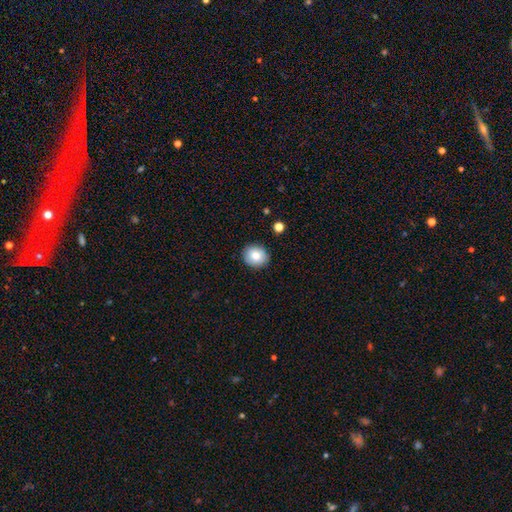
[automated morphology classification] smooth-or-featured: smooth: 82% | featured or disk: 9% | star or artifact: 9%
  how-rounded: round: 79% | in between: 20% | cigar-shaped: 1%
  merging: none: 89% | minor disturbance: 8% | major disturbance: 2% | merger: 1%